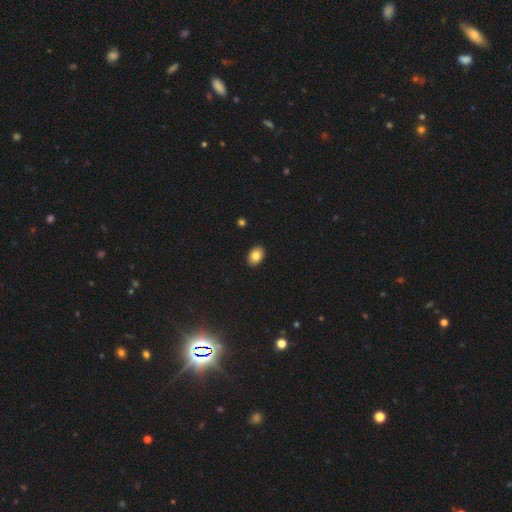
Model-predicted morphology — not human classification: A smooth galaxy with no disk features (83%) that is in between round and cigar-shaped (78%). Merging: none (91%).